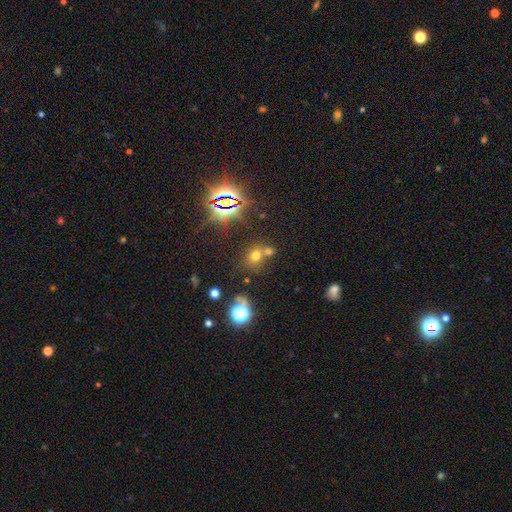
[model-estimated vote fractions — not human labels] Smooth or featured? smooth (57%)
How rounded? round (70%)
Merging? none (47%)